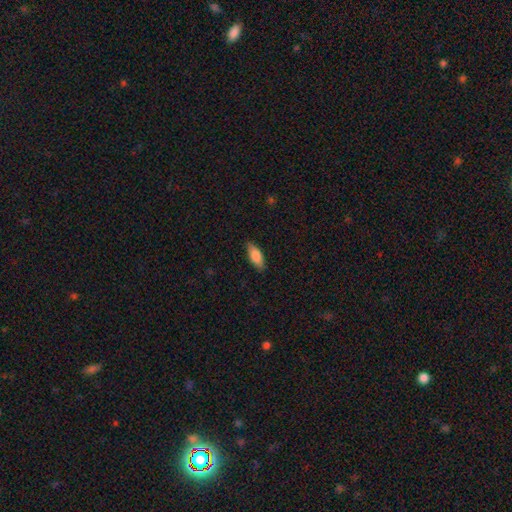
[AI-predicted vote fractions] This is clearly a smooth galaxy (83%). How rounded: likely in between (75%). Merging: clearly none (86%).